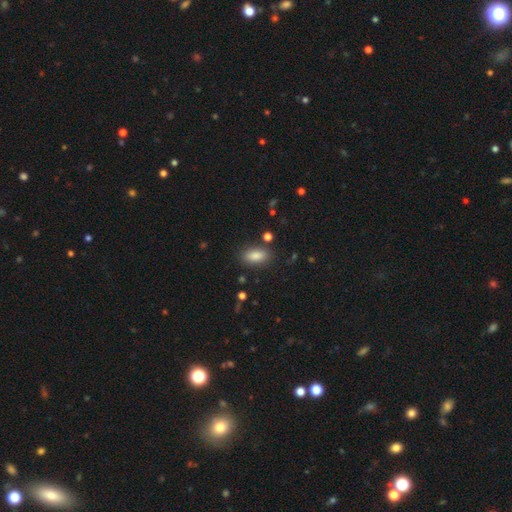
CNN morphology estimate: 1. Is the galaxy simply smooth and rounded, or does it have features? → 85% smooth, 8% star or artifact, 7% featured or disk.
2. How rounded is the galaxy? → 86% in between, 9% cigar-shaped, 4% round.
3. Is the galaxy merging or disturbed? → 84% none, 10% minor disturbance, 3% major disturbance, 3% merger.